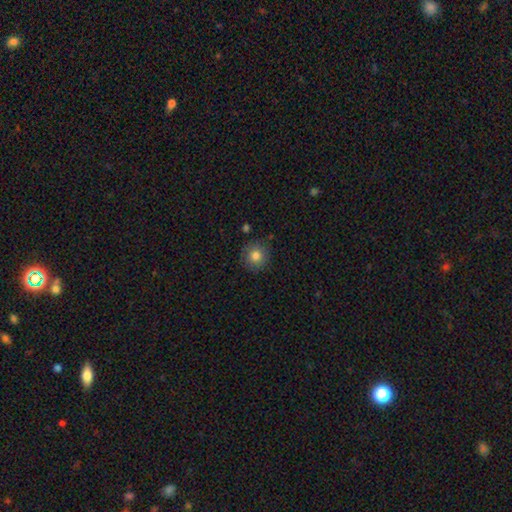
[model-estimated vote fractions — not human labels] This is clearly a smooth galaxy (81%). How rounded: clearly round (93%). Merging: clearly none (85%).